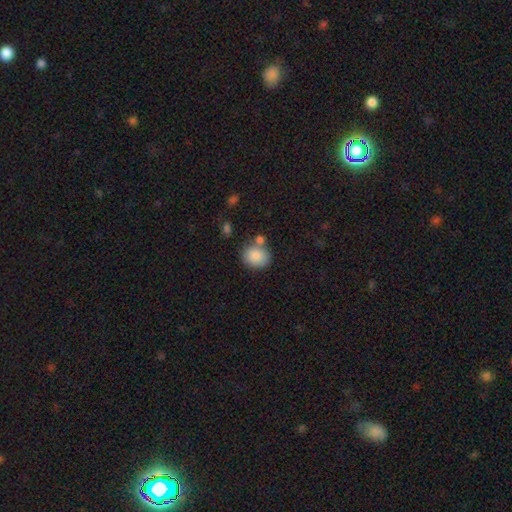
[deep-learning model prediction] The model was most divided on "how rounded": round: 68%, in between: 31%, cigar-shaped: 1%. More confident: smooth or featured — smooth (85%); merging — none (65%).